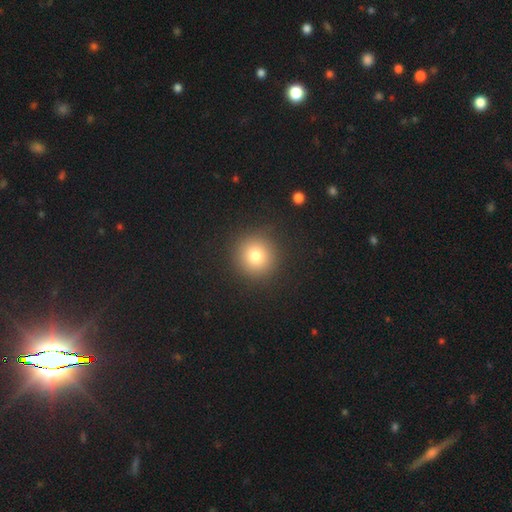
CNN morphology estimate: Q: Smooth or featured?
A: smooth (79%); runner-up: star or artifact (13%)
Q: How rounded?
A: round (94%); runner-up: in between (6%)
Q: Merging?
A: none (90%); runner-up: minor disturbance (6%)